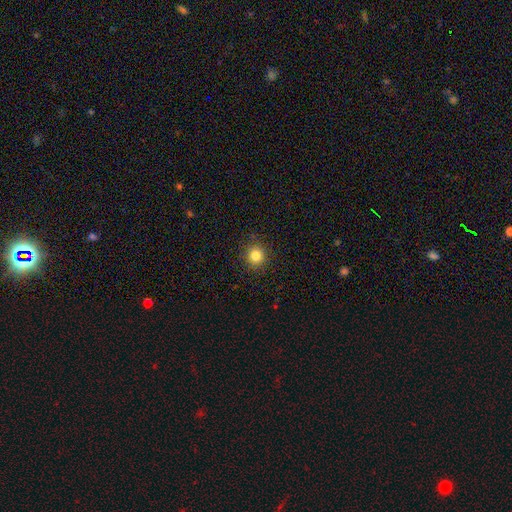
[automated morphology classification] Overall: smooth (82%). How rounded: round (92%). Merging: none (90%).